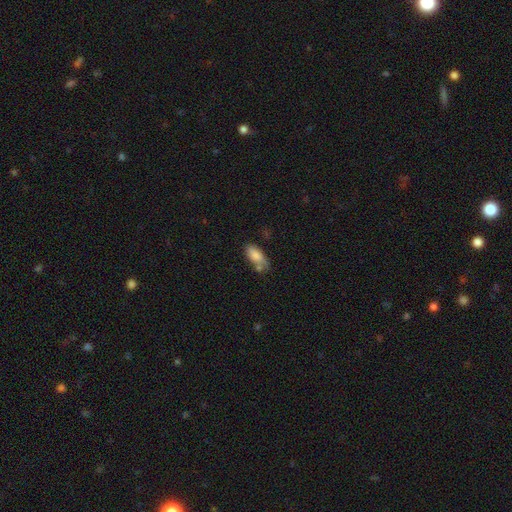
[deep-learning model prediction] This appears to be a smooth galaxy with no disk features (82%) that is in between round and cigar-shaped (84%). Merging: none (54%).